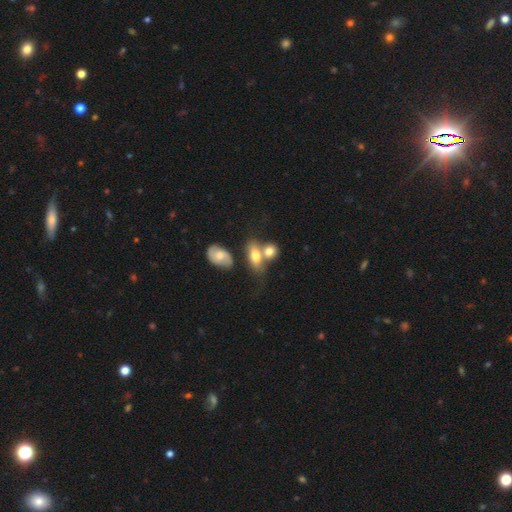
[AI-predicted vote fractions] This is likely a smooth galaxy (69%). How rounded: likely in between (76%). Merging: possibly merger (50%).